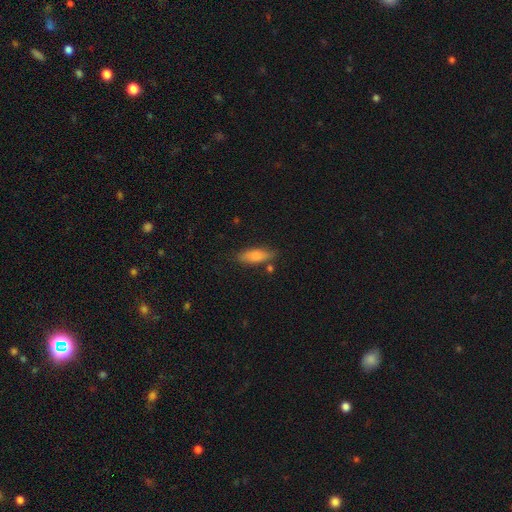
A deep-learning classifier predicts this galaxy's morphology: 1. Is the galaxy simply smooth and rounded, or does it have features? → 81% smooth, 12% featured or disk, 7% star or artifact.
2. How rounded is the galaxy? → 63% in between, 34% cigar-shaped, 2% round.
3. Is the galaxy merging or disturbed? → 75% none, 17% minor disturbance, 4% merger, 4% major disturbance.